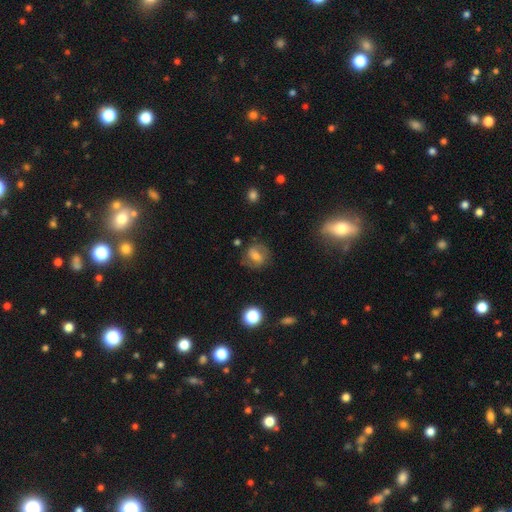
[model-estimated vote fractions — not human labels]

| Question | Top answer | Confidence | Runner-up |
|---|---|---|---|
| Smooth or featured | smooth | 48% | featured or disk (42%) |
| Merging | none | 70% | minor disturbance (18%) |